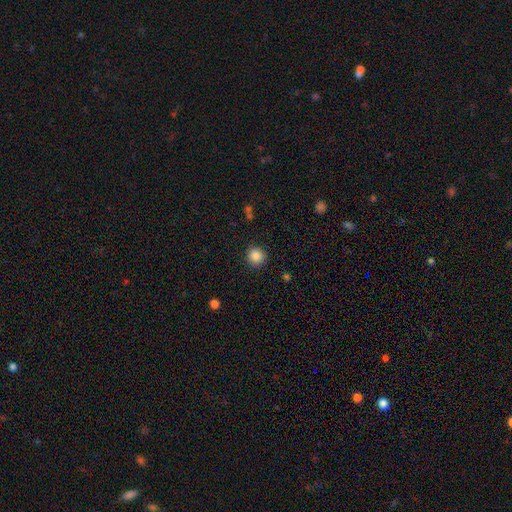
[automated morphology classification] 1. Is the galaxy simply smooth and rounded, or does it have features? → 86% smooth, 10% star or artifact, 4% featured or disk.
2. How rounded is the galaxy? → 92% round, 7% in between, 1% cigar-shaped.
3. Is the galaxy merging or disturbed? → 90% none, 6% minor disturbance, 2% major disturbance, 1% merger.